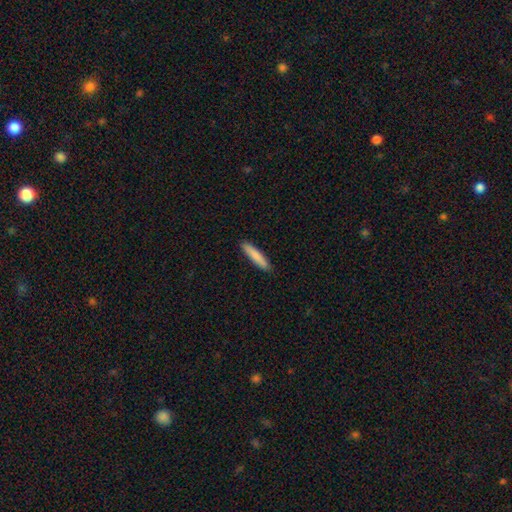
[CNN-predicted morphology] This is clearly a smooth galaxy (84%). How rounded: clearly cigar-shaped (90%). Merging: clearly none (91%).